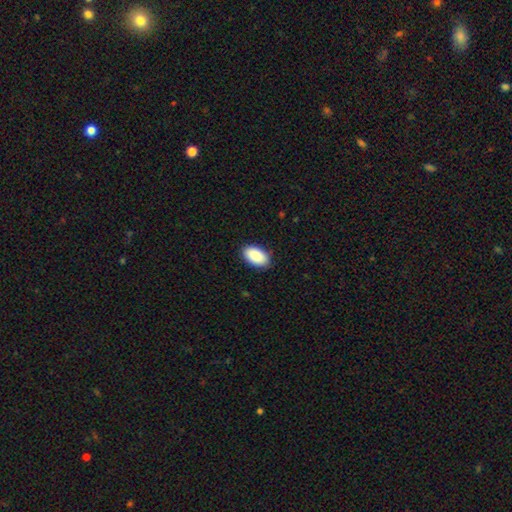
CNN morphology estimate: smooth-or-featured: smooth: 91% | star or artifact: 6% | featured or disk: 3%
  how-rounded: in between: 95% | round: 4% | cigar-shaped: 1%
  merging: none: 88% | minor disturbance: 9% | major disturbance: 2% | merger: 1%